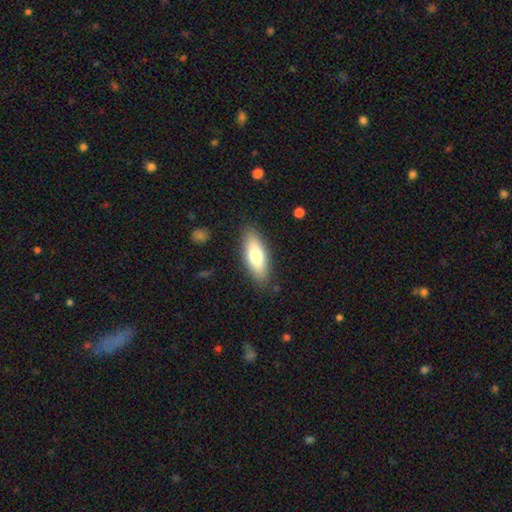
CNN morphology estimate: A smooth galaxy with no disk features (70%) that is in between round and cigar-shaped (68%).

Vote fractions:
- Smooth or featured? smooth: 70% / featured or disk: 24% / star or artifact: 6%
- How rounded? in between: 68% / cigar-shaped: 30% / round: 2%
- Merging? none: 86% / minor disturbance: 10% / major disturbance: 3% / merger: 1%